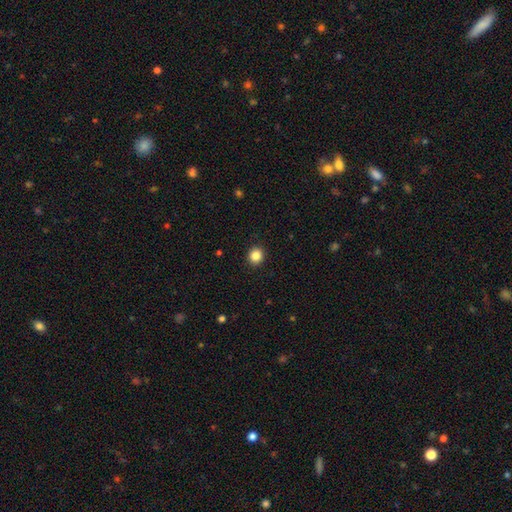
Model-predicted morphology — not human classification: Smooth or featured: smooth — 85% (star or artifact — 11%)
How rounded: round — 82% (in between — 17%)
Merging: none — 92% (minor disturbance — 5%)